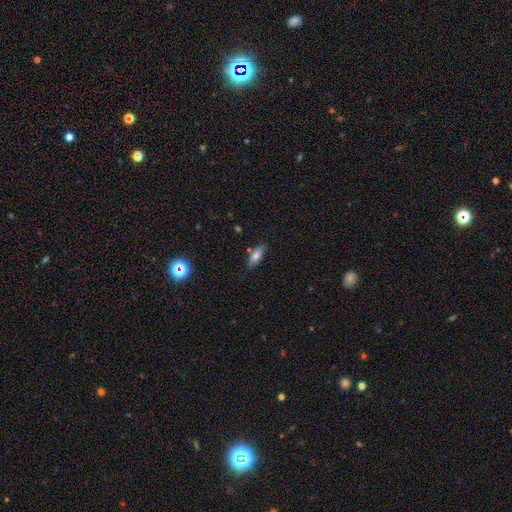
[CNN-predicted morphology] Overall: smooth (73%). How rounded: in between (70%). Merging: none (82%).